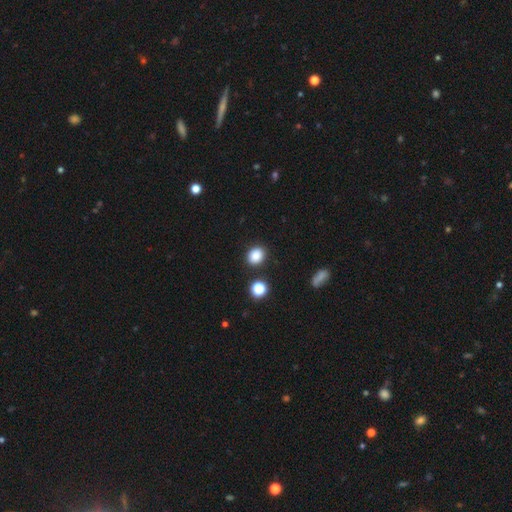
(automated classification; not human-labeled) A smooth galaxy with no disk features (85%) that is round (54%). Merging: none (86%).